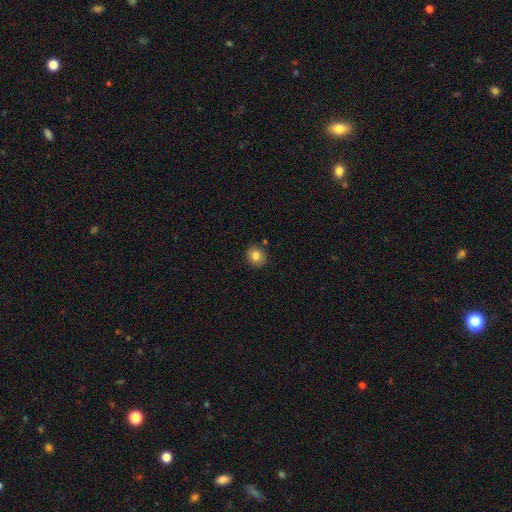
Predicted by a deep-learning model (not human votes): Q: Smooth or featured?
A: smooth (82%); runner-up: star or artifact (10%)
Q: How rounded?
A: round (81%); runner-up: in between (18%)
Q: Merging?
A: none (88%); runner-up: minor disturbance (8%)